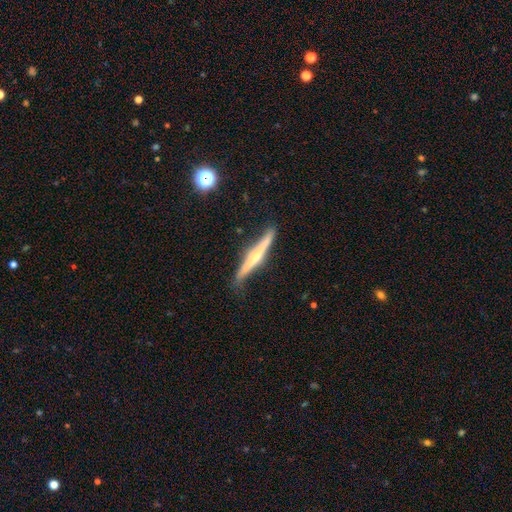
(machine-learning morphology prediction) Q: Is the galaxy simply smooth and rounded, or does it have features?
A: featured or disk — 66%.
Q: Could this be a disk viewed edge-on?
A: yes — 96%.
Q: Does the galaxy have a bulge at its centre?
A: rounded — 63%.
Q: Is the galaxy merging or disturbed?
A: none — 76%.